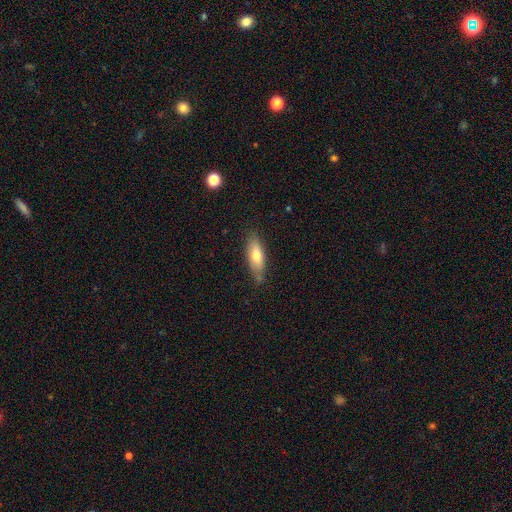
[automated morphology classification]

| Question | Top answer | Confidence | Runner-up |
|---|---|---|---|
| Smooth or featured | smooth | 67% | featured or disk (26%) |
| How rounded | in between | 61% | cigar-shaped (36%) |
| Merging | none | 74% | minor disturbance (20%) |